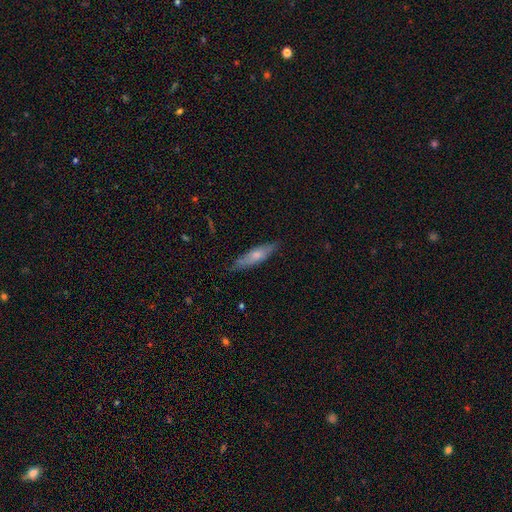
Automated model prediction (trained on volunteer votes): A smooth galaxy with no disk features (50%).

Vote fractions:
- Smooth or featured? smooth: 50% / featured or disk: 43% / star or artifact: 7%
- Merging? none: 81% / minor disturbance: 15% / major disturbance: 3% / merger: 1%